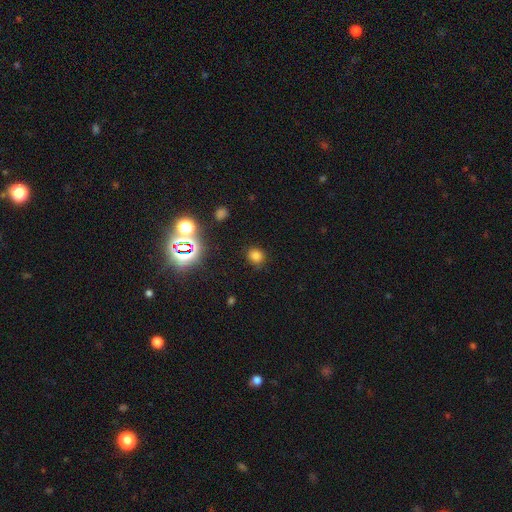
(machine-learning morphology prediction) smooth_or_featured: smooth (p=0.73) [alt: star or artifact p=0.21]
how_rounded: round (p=0.77) [alt: in between p=0.22]
merging: none (p=0.83) [alt: minor disturbance p=0.11]